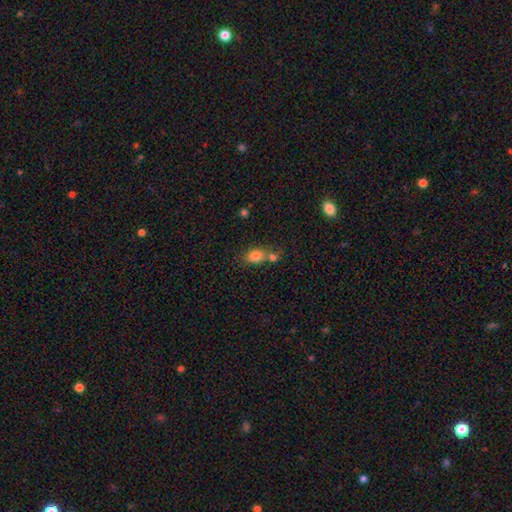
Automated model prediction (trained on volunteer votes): smooth_or_featured: smooth (p=0.80) [alt: star or artifact p=0.11]
how_rounded: in between (p=0.62) [alt: round p=0.36]
merging: none (p=0.44) [alt: merger p=0.41]